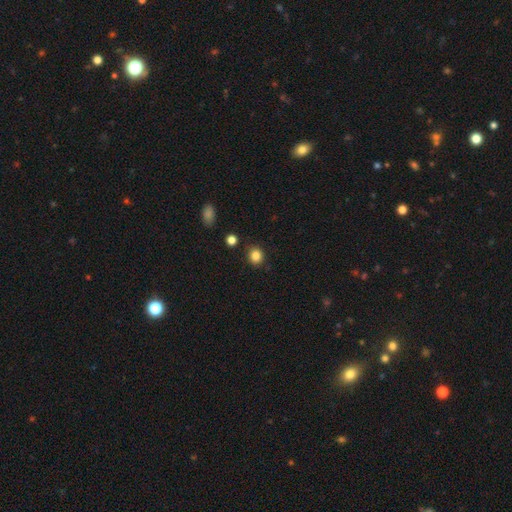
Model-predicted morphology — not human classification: smooth 85%, star or artifact 11%, featured or disk 5%. Down the decision tree: how rounded — round (77%); merging — none (86%).